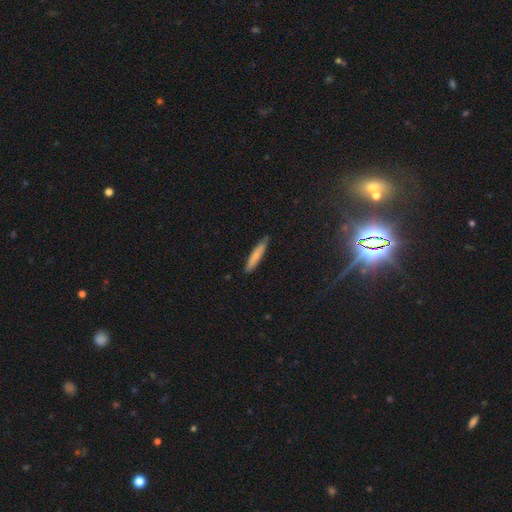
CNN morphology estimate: Smooth or featured? smooth (78%)
How rounded? cigar-shaped (92%)
Merging? none (86%)